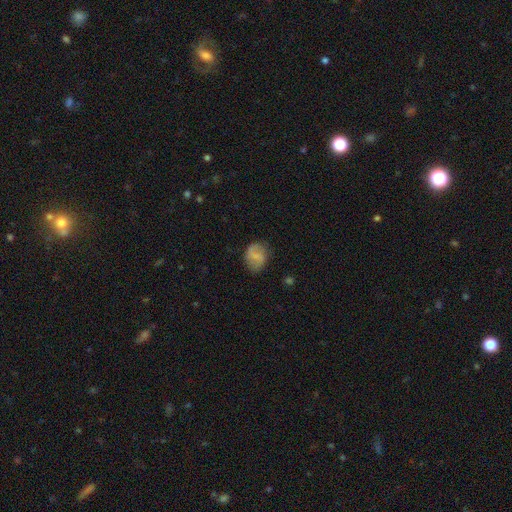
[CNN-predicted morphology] The model was most divided on "how rounded": in between: 53%, round: 46%, cigar-shaped: 1%. More confident: merging — none (70%); smooth or featured — smooth (59%).